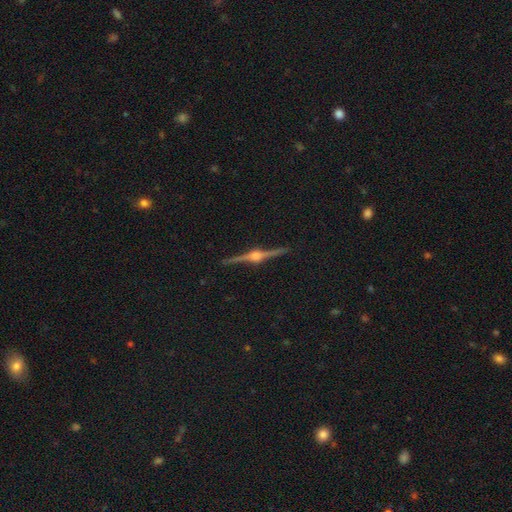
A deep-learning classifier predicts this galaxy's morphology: A featured or disk galaxy (90%) viewed edge-on (98%) with a rounded central bulge (95%).

Vote fractions:
- Smooth or featured? featured or disk: 90% / star or artifact: 6% / smooth: 5%
- Edge-on disk? yes: 98% / no: 2%
- Edge-on bulge? rounded: 95% / boxy: 4% / none: 1%
- Merging? none: 92% / minor disturbance: 6% / major disturbance: 1% / merger: 1%